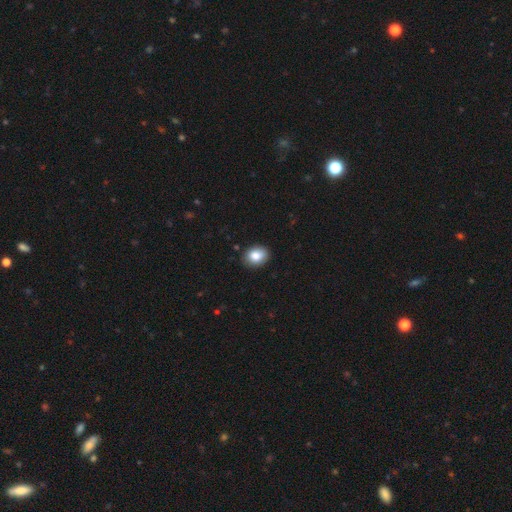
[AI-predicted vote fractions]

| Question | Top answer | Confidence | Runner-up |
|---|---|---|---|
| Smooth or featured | smooth | 84% | star or artifact (8%) |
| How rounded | in between | 60% | round (39%) |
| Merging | none | 87% | minor disturbance (10%) |